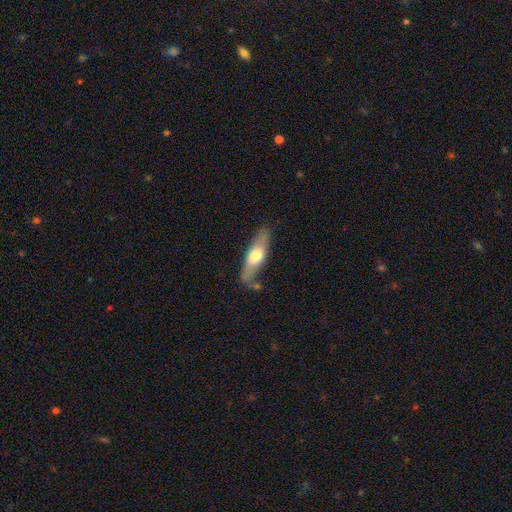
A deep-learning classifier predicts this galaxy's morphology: Smooth or featured: smooth — 49% (featured or disk — 45%)
Merging: none — 73% (minor disturbance — 17%)